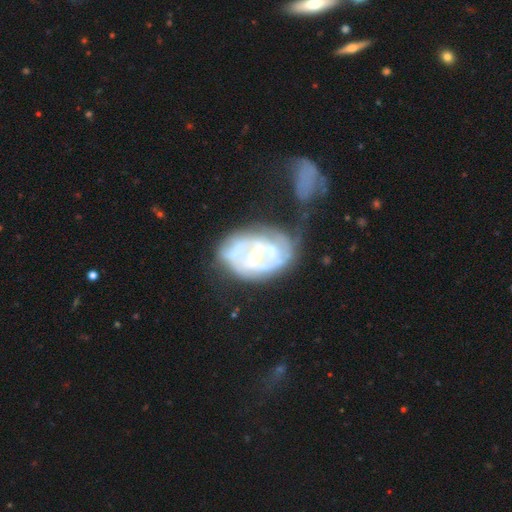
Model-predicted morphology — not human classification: Q: Smooth or featured?
A: featured or disk (78%); runner-up: smooth (16%)
Q: Edge-on disk?
A: no (97%); runner-up: yes (3%)
Q: Bar?
A: no (45%); runner-up: weak (36%)
Q: Spiral arms?
A: yes (65%); runner-up: no (35%)
Q: Bulge size?
A: small (52%); runner-up: moderate (39%)
Q: Merging?
A: merger (27%); tied with: major disturbance (27%)